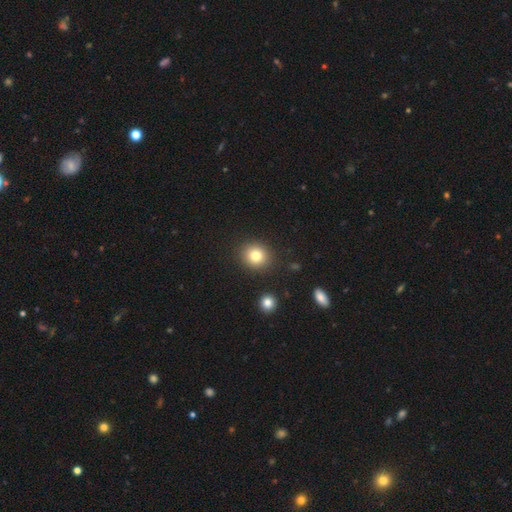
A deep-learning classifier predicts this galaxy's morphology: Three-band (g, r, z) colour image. It shows a smooth galaxy with no disk features (81%) that is round (79%). Merging: none (88%).